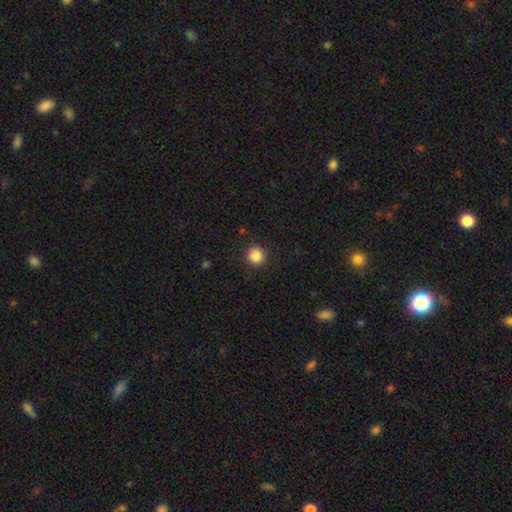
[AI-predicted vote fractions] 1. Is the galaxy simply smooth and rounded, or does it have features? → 87% smooth, 10% star or artifact, 4% featured or disk.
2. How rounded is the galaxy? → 94% round, 5% in between, 1% cigar-shaped.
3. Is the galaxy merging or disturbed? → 91% none, 6% minor disturbance, 2% major disturbance, 1% merger.